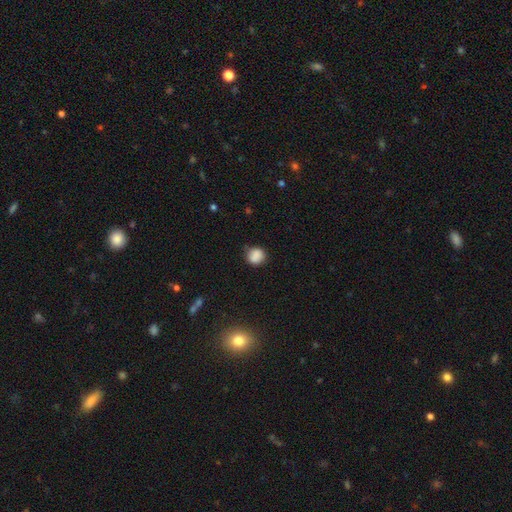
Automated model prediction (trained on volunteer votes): smooth_or_featured: smooth (p=0.85) [alt: star or artifact p=0.10]
how_rounded: round (p=0.81) [alt: in between p=0.17]
merging: none (p=0.73) [alt: minor disturbance p=0.21]